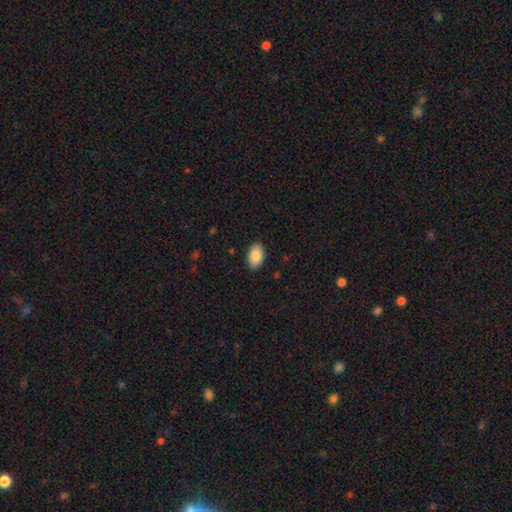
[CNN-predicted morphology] A smooth galaxy with no disk features (88%) that is in between round and cigar-shaped (93%). Merging: none (89%).